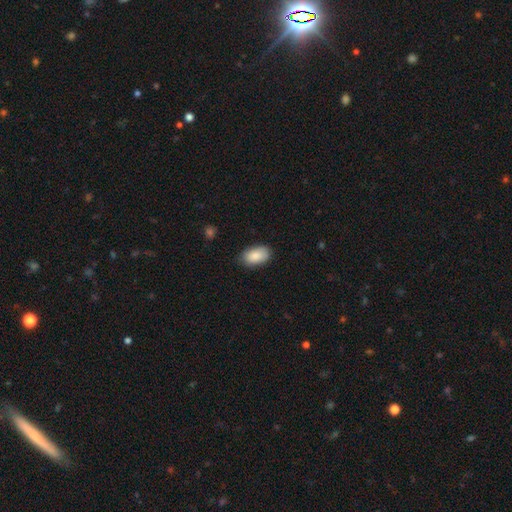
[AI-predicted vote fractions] Overall: smooth (88%). How rounded: in between (93%). Merging: none (81%).